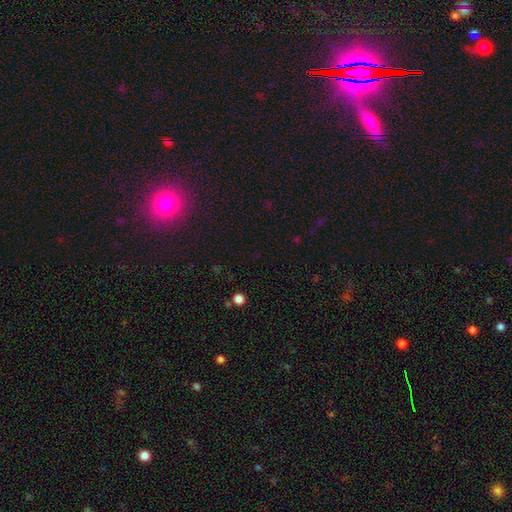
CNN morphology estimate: smooth_or_featured: star or artifact (p=0.61) [alt: smooth p=0.32]